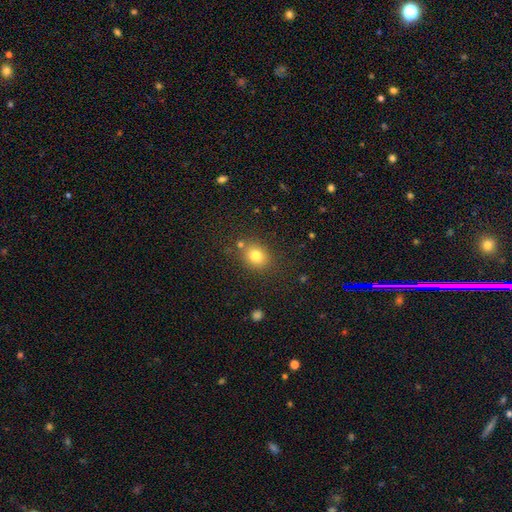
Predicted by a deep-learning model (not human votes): Overall: smooth (79%). How rounded: round (63%; in between 36%). Merging: none (78%).